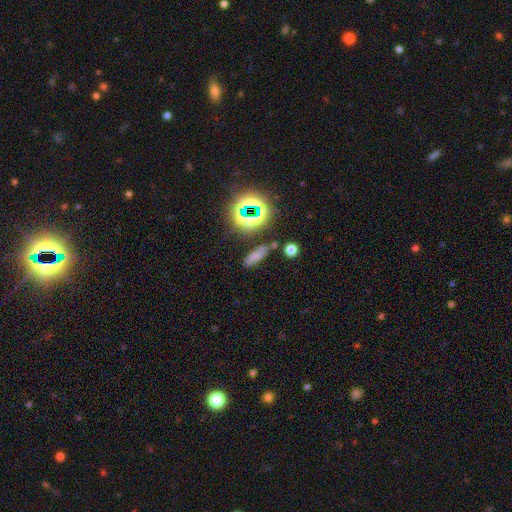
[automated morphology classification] The model was most divided on "how rounded": in between: 51%, cigar-shaped: 40%, round: 9%. More confident: merging — none (75%); smooth or featured — smooth (61%).